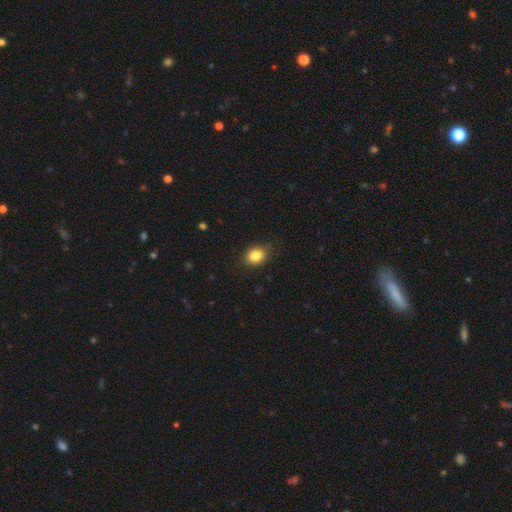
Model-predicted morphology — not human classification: A smooth galaxy with no disk features (83%) that is round (52%).

Vote fractions:
- Smooth or featured? smooth: 83% / star or artifact: 10% / featured or disk: 7%
- How rounded? round: 52% / in between: 47% / cigar-shaped: 1%
- Merging? none: 81% / minor disturbance: 15% / major disturbance: 3% / merger: 1%